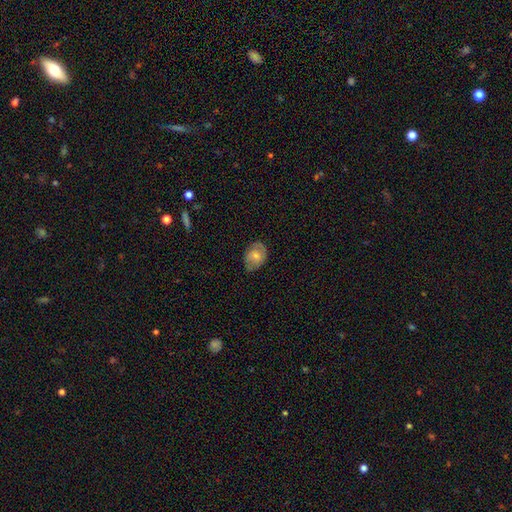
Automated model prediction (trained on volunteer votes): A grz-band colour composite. It shows a smooth galaxy with no disk features (56%) that is in between round and cigar-shaped (67%). Merging: none (72%).